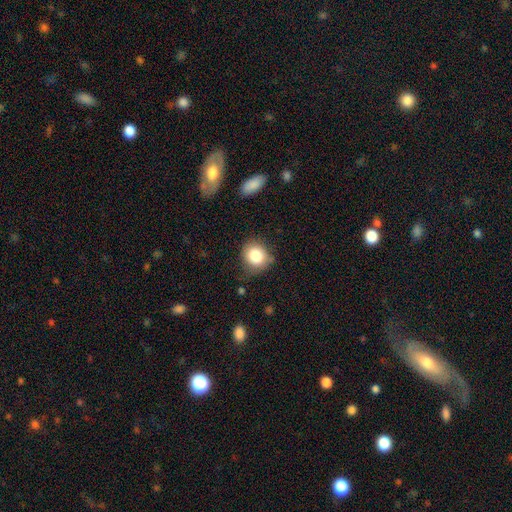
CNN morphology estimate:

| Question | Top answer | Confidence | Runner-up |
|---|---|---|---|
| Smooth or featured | smooth | 84% | star or artifact (9%) |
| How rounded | round | 79% | in between (20%) |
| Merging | none | 71% | minor disturbance (21%) |